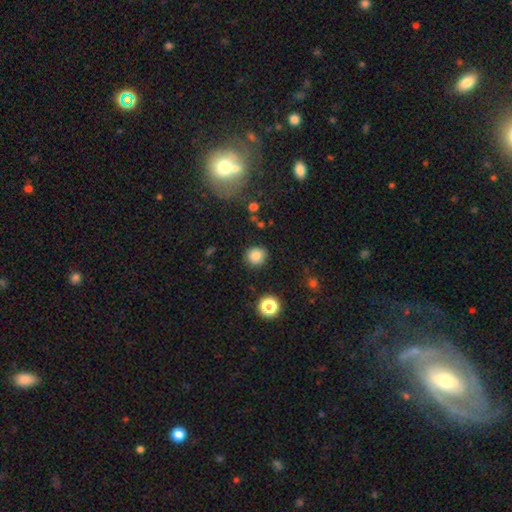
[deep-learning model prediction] A smooth galaxy with no disk features (84%) that is round (89%). Merging: none (89%).